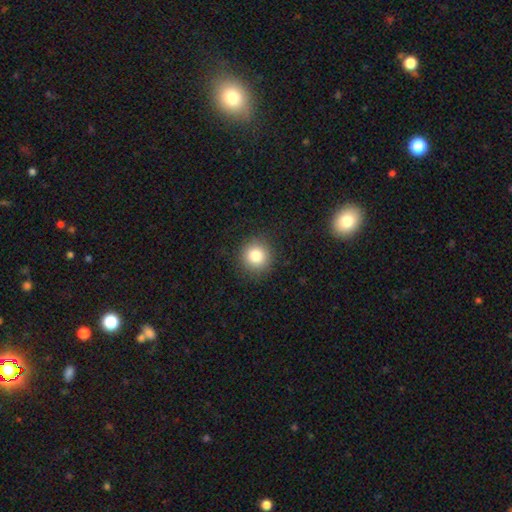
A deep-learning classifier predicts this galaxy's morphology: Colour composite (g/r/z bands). It shows a smooth galaxy with no disk features (83%) that is round (93%). Merging: none (90%).